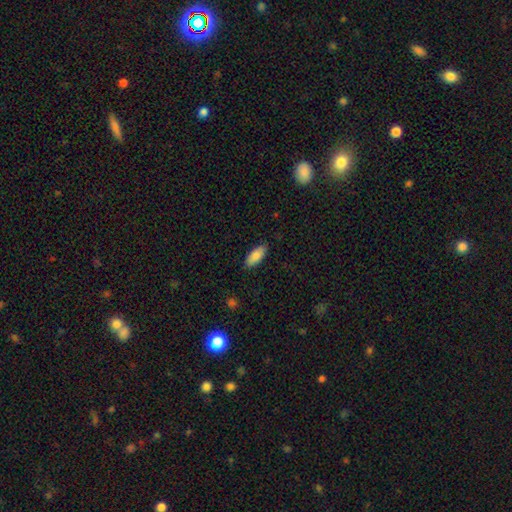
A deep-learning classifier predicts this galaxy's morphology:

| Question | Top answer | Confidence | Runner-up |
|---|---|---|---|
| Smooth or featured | smooth | 84% | featured or disk (10%) |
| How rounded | in between | 82% | cigar-shaped (17%) |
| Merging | none | 86% | minor disturbance (11%) |